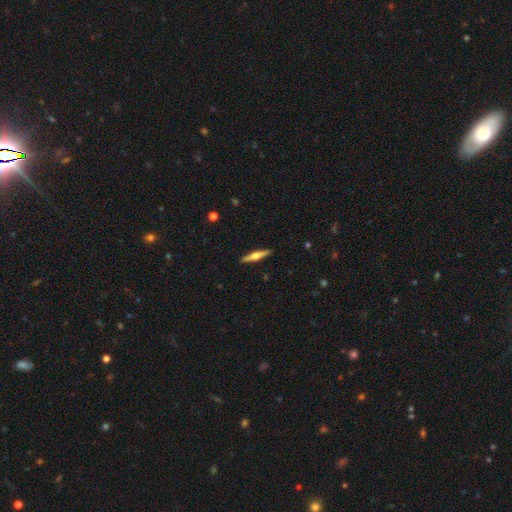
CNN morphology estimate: Smooth or featured: featured or disk — 66% (smooth — 28%)
Edge-on disk: yes — 98% (no — 2%)
Edge-on bulge: rounded — 91% (boxy — 5%)
Merging: none — 91% (minor disturbance — 6%)